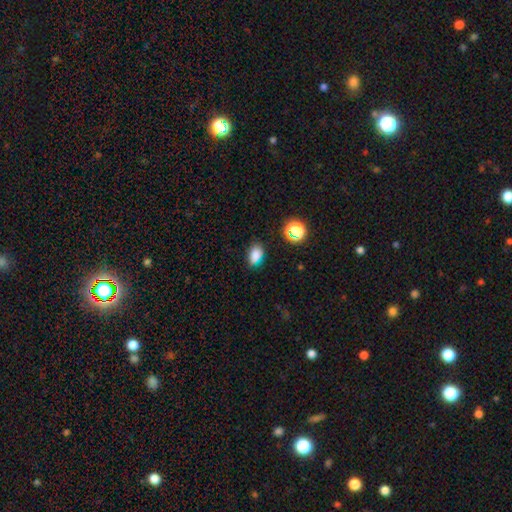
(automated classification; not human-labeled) The model was most divided on "merging": none: 76%, minor disturbance: 17%, major disturbance: 4%, merger: 3%. More confident: how rounded — in between (82%); smooth or featured — smooth (81%).